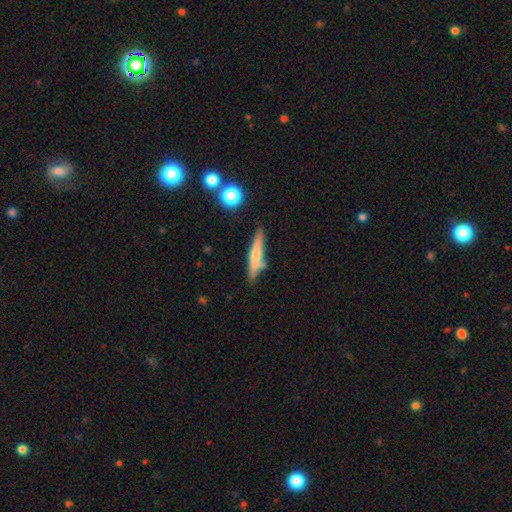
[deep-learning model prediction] Smooth or featured?
  - smooth: 56% *
  - featured or disk: 37%
  - star or artifact: 7%
How rounded?
  - cigar-shaped: 89% *
  - in between: 9%
  - round: 2%
Merging?
  - none: 69% *
  - minor disturbance: 18%
  - merger: 8%
  - major disturbance: 4%